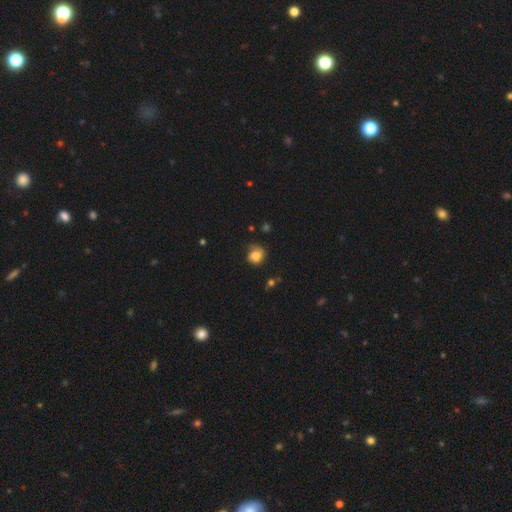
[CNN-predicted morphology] smooth-or-featured: smooth: 73% | featured or disk: 18% | star or artifact: 10%
  how-rounded: round: 72% | in between: 27% | cigar-shaped: 1%
  merging: none: 54% | minor disturbance: 29% | major disturbance: 15% | merger: 2%